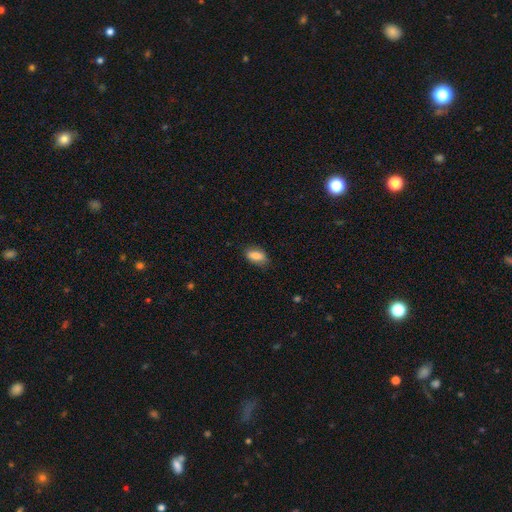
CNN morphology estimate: Overall: smooth (84%). How rounded: in between (89%). Merging: none (79%).